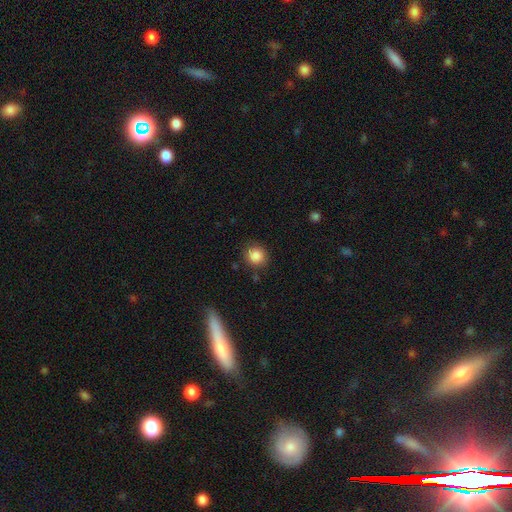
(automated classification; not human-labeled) Smooth or featured: smooth — 86% (star or artifact — 9%)
How rounded: round — 86% (in between — 13%)
Merging: none — 84% (minor disturbance — 11%)